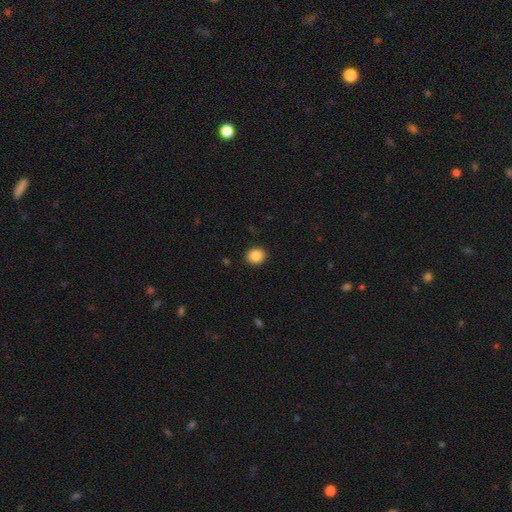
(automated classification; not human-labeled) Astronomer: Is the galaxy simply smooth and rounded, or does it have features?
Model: smooth — 88%.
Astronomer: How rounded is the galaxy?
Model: round — 68%.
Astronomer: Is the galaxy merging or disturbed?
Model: none — 91%.